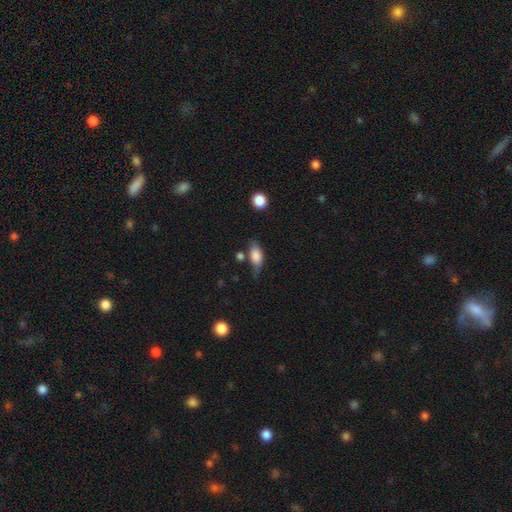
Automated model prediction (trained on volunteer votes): The model was most divided on "merging": none: 46%, minor disturbance: 33%, major disturbance: 12%, merger: 8%. More confident: how rounded — in between (84%); smooth or featured — smooth (76%).